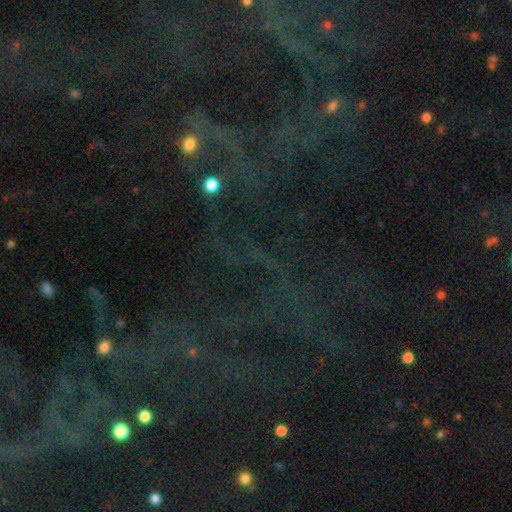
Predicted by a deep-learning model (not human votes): This is likely a star or artifact rather than a galaxy (74%).